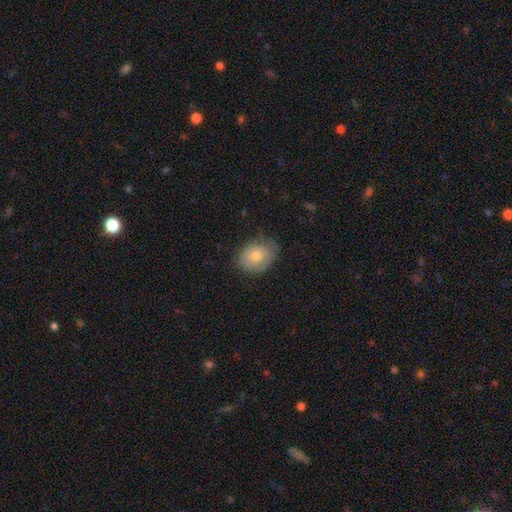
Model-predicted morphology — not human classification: Overall: smooth (72%). How rounded: in between (63%; round 36%). Merging: none (67%).